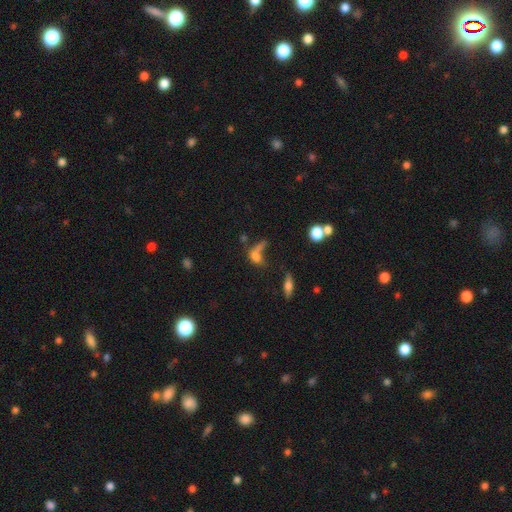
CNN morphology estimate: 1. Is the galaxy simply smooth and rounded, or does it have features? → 60% smooth, 23% featured or disk, 17% star or artifact.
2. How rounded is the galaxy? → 57% in between, 27% round, 16% cigar-shaped.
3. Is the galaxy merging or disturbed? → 30% merger, 29% major disturbance, 27% none, 14% minor disturbance.